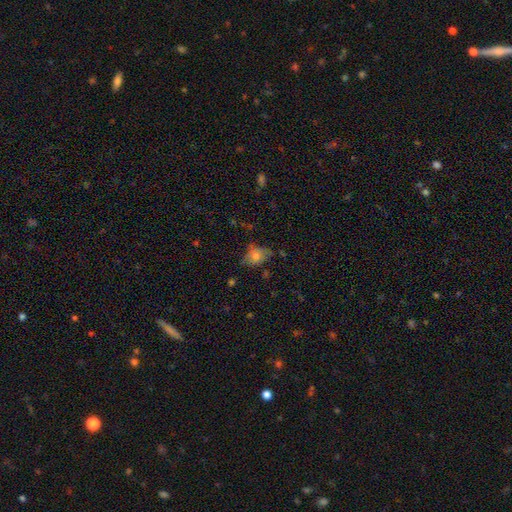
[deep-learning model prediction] This is likely a smooth galaxy (66%). How rounded: likely in between (76%). Merging: possibly none (54%).